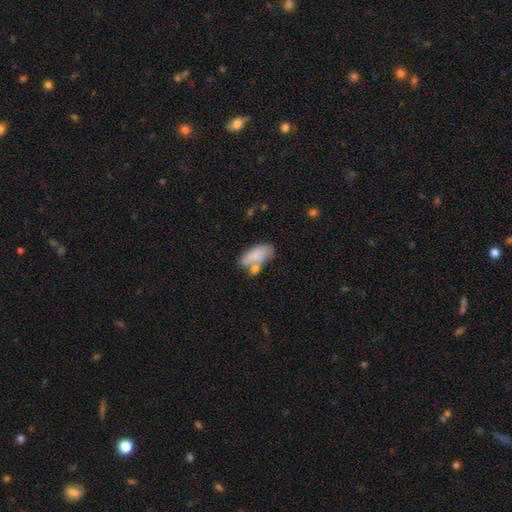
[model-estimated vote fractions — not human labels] This is likely a smooth galaxy (79%). How rounded: clearly in between (83%). Merging: marginally none (41%).